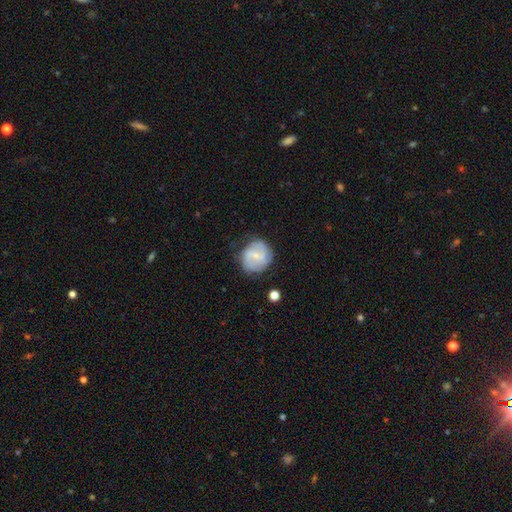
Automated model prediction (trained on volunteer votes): A featured or disk galaxy (67%) with a weak bar (50%), 2 (49%) medium (46%) spiral arms (89%) and a small central bulge (71%).

Vote fractions:
- Smooth or featured? featured or disk: 67% / smooth: 26% / star or artifact: 6%
- Edge-on disk? no: 98% / yes: 2%
- Bar? weak: 50% / no: 39% / strong: 11%
- Spiral arms? yes: 89% / no: 11%
- Spiral winding? medium: 46% / tight: 34% / loose: 20%
- Spiral arm count? 2: 49% / can't tell: 23% / 3: 17% / 4: 4% / 1: 4% / more than 4: 3%
- Bulge size? small: 71% / moderate: 21% / none: 6% / large: 1% / dominant: 1%
- Merging? none: 72% / minor disturbance: 20% / major disturbance: 7% / merger: 2%